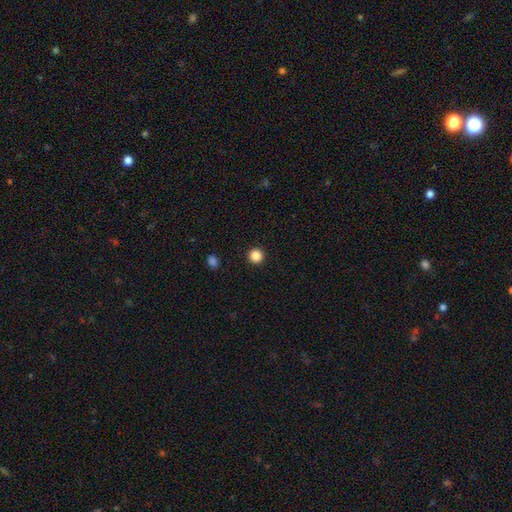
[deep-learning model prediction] The model was most divided on "smooth or featured": smooth: 86%, star or artifact: 11%, featured or disk: 3%. More confident: how rounded — round (96%); merging — none (94%).